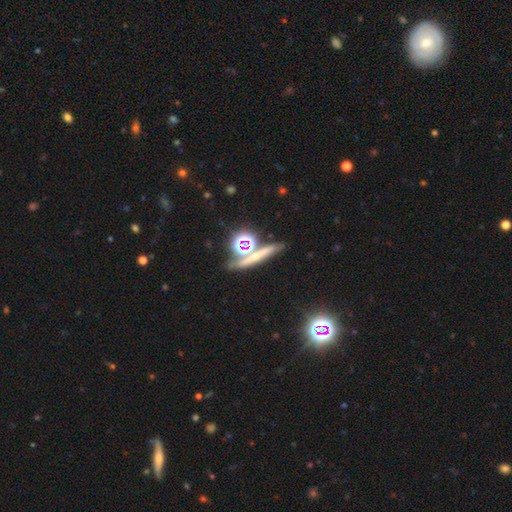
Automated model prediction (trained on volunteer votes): Smooth or featured?
  - smooth: 42% *
  - star or artifact: 33%
  - featured or disk: 25%
Merging?
  - none: 68% *
  - merger: 17%
  - minor disturbance: 11%
  - major disturbance: 5%